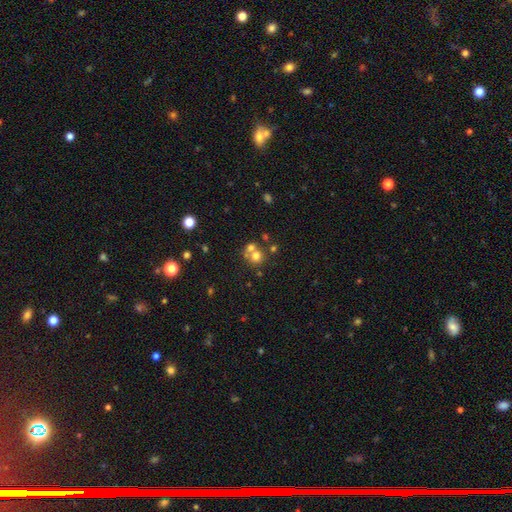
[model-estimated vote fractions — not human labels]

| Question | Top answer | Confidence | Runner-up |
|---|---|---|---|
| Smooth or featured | smooth | 67% | featured or disk (17%) |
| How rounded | round | 85% | in between (14%) |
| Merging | merger | 45% | tied: none (45%) |